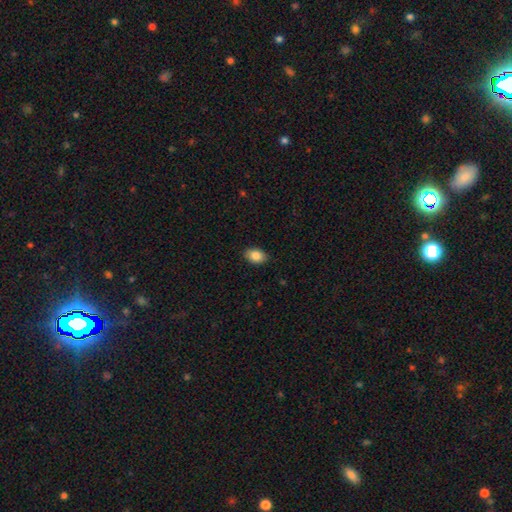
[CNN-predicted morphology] Smooth or featured? smooth (87%)
How rounded? in between (86%)
Merging? none (88%)